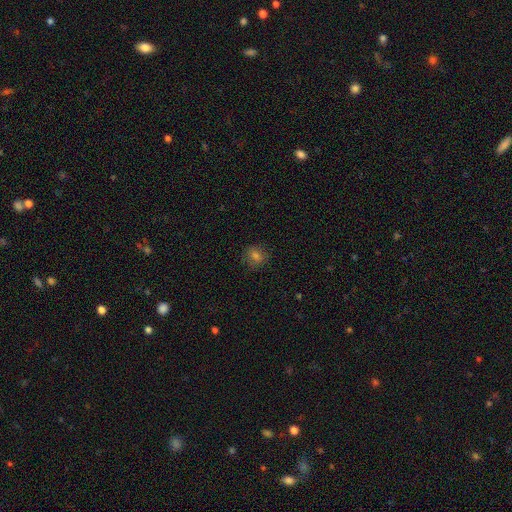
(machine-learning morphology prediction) type=smooth (69%); roundness=round (81%); merging=none (85%).